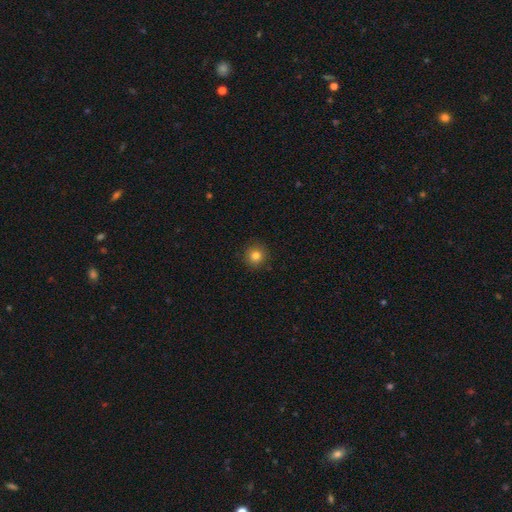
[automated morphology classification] Smooth or featured? smooth (82%)
How rounded? round (94%)
Merging? none (91%)